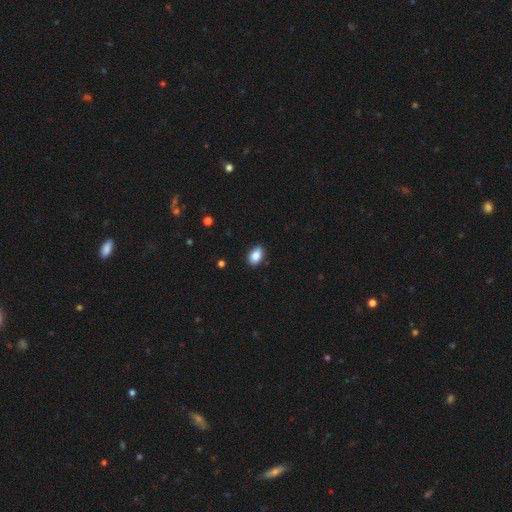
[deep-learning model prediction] Q: Smooth or featured?
A: smooth (86%); runner-up: star or artifact (8%)
Q: How rounded?
A: in between (86%); runner-up: round (12%)
Q: Merging?
A: none (85%); runner-up: minor disturbance (12%)